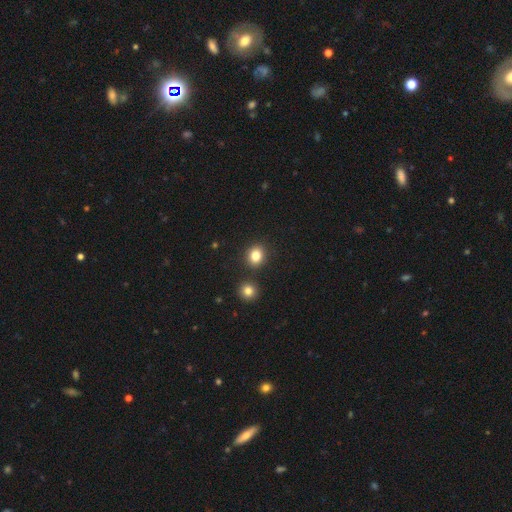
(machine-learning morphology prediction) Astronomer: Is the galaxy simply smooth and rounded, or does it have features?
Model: smooth — 83%.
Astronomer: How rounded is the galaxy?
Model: round — 68%.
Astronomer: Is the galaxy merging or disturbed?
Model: none — 84%.